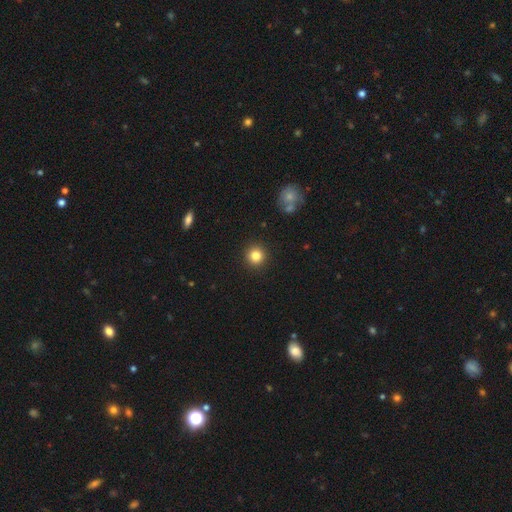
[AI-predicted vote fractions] smooth 83%, star or artifact 11%, featured or disk 6%. Down the decision tree: how rounded — round (94%); merging — none (92%).